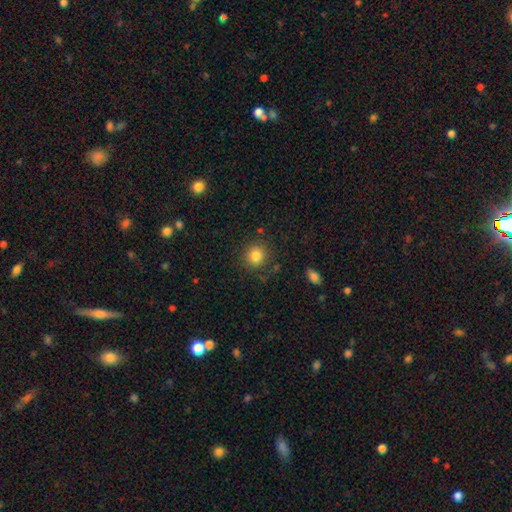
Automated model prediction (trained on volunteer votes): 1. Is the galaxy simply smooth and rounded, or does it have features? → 83% smooth, 10% star or artifact, 6% featured or disk.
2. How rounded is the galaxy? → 87% round, 12% in between, 1% cigar-shaped.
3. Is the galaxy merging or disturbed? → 84% none, 10% minor disturbance, 4% major disturbance, 2% merger.